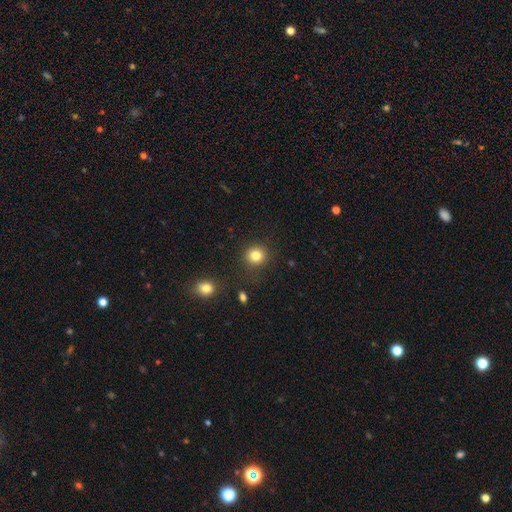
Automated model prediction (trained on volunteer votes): A smooth galaxy with no disk features (83%) that is round (89%). Merging: none (86%).